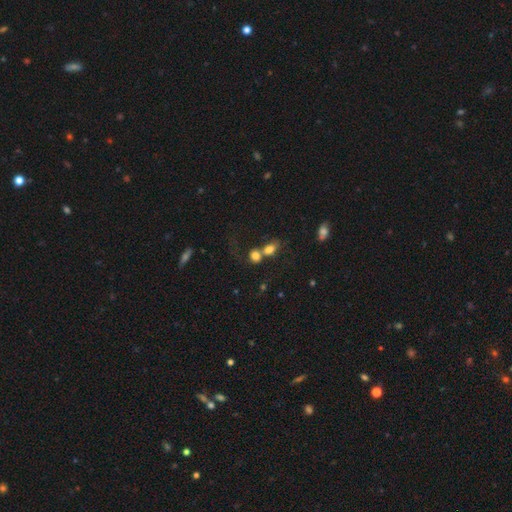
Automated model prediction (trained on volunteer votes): This is likely a smooth galaxy (76%). How rounded: possibly in between (50%). Merging: likely merger (64%).